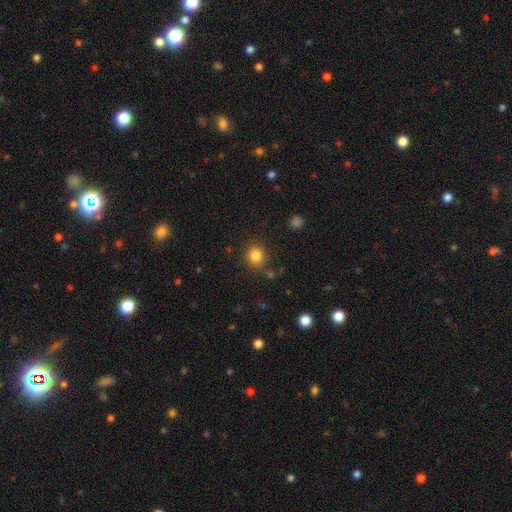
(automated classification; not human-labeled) A smooth galaxy with no disk features (83%) that is round (83%). Merging: none (83%).